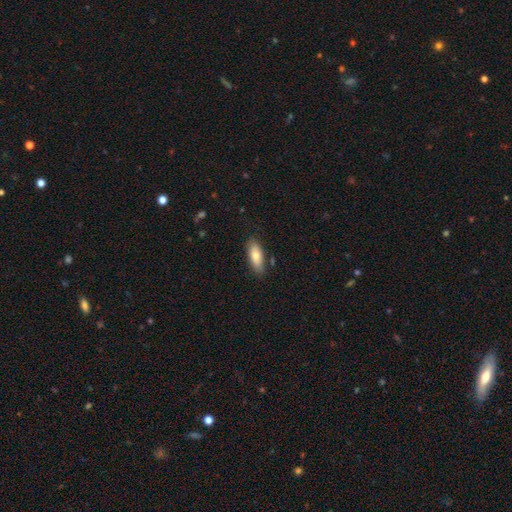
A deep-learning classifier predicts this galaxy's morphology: Overall: smooth (78%). How rounded: in between (75%). Merging: none (81%).